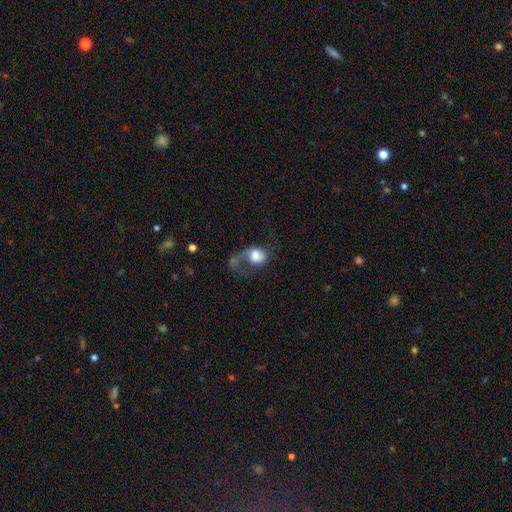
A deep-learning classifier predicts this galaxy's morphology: This is possibly a smooth galaxy (54%). How rounded: possibly round (53%). Merging: possibly major disturbance (55%).